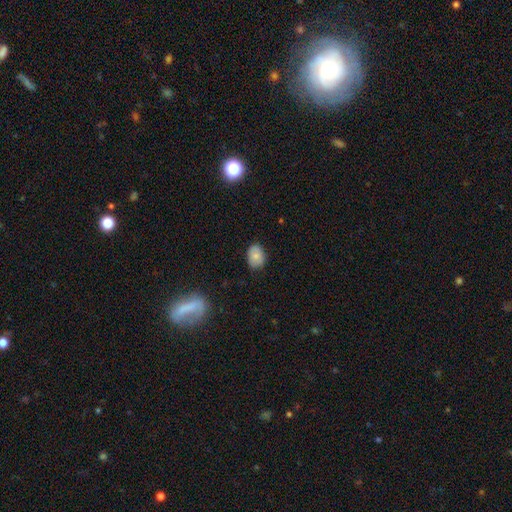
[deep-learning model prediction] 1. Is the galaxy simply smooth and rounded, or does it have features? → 78% smooth, 14% featured or disk, 8% star or artifact.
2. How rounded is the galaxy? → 73% in between, 26% round, 1% cigar-shaped.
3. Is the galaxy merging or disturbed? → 79% none, 17% minor disturbance, 3% major disturbance, 1% merger.